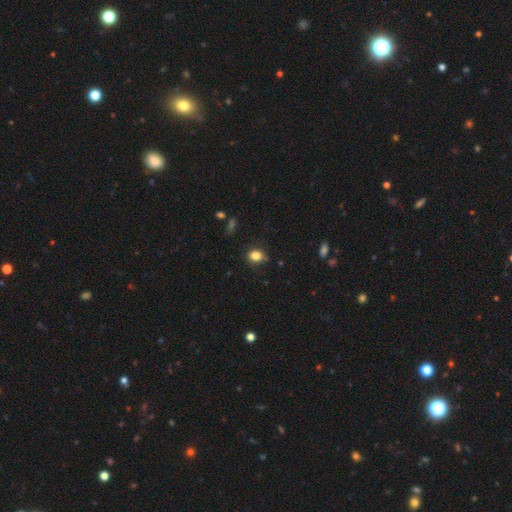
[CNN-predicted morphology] smooth 83%, star or artifact 11%, featured or disk 7%. Down the decision tree: how rounded — round (53%); merging — none (73%).